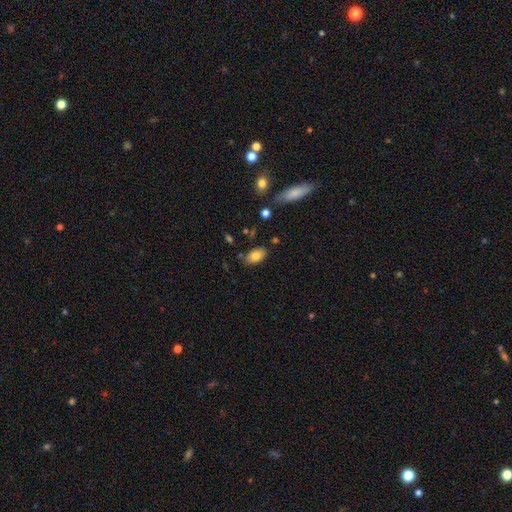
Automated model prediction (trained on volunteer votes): Smooth or featured? smooth (81%)
How rounded? in between (91%)
Merging? none (78%)